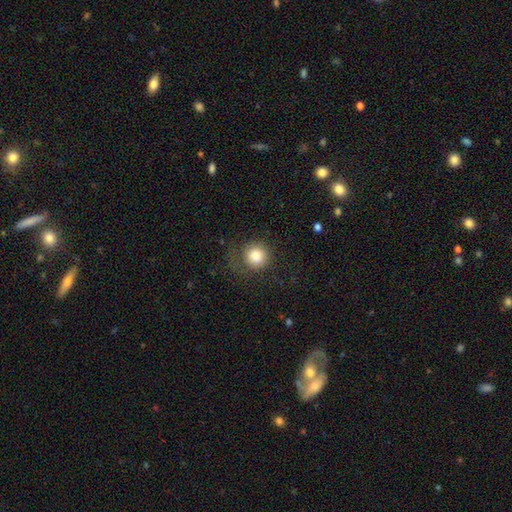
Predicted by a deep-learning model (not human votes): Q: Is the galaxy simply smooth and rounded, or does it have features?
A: smooth — 81%.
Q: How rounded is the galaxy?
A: round — 91%.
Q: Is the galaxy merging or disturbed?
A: none — 67%.